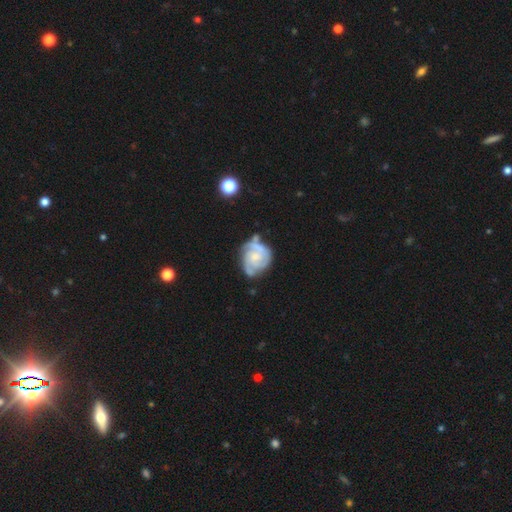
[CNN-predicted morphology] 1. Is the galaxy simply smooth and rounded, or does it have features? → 84% featured or disk, 11% smooth, 5% star or artifact.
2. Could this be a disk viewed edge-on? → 98% no, 2% yes.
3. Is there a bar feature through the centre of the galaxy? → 66% no, 29% weak, 5% strong.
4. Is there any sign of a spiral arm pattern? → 96% yes, 4% no.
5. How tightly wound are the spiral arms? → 60% tight, 33% medium, 7% loose.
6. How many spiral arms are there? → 43% 3, 25% 2, 16% can't tell, 8% 4, 4% 1, 4% more than 4.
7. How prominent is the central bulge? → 53% small, 32% moderate, 11% none, 3% large, 1% dominant.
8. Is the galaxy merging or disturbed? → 54% none, 28% minor disturbance, 12% major disturbance, 7% merger.